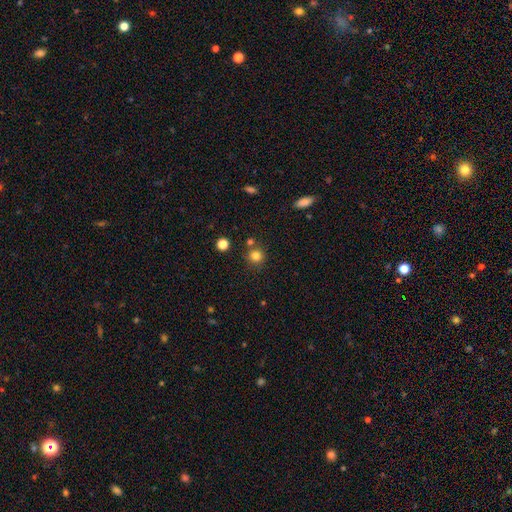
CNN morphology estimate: type=smooth (81%); roundness=round (90%); merging=none (74%).